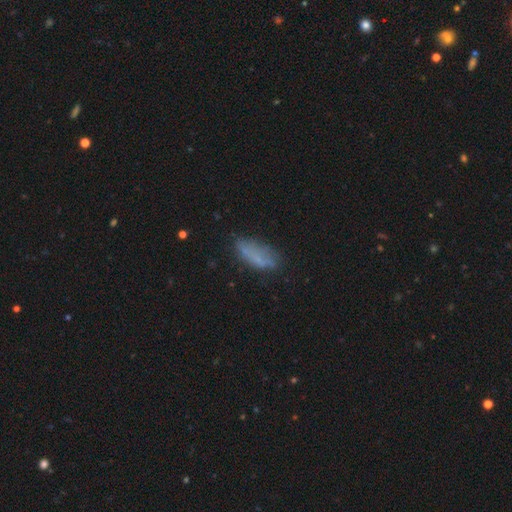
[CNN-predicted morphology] Smooth or featured? Predicted: smooth (p=0.64). How rounded? Predicted: in between (p=0.67). Merging? Predicted: none (p=0.57).